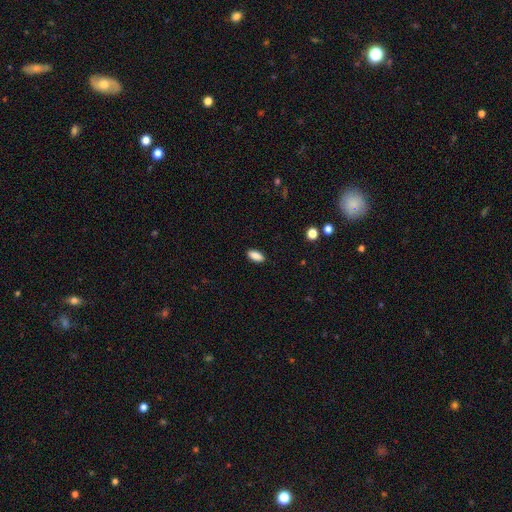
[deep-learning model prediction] This appears to be a smooth galaxy with no disk features (89%) that is in between round and cigar-shaped (86%). Merging: none (89%).